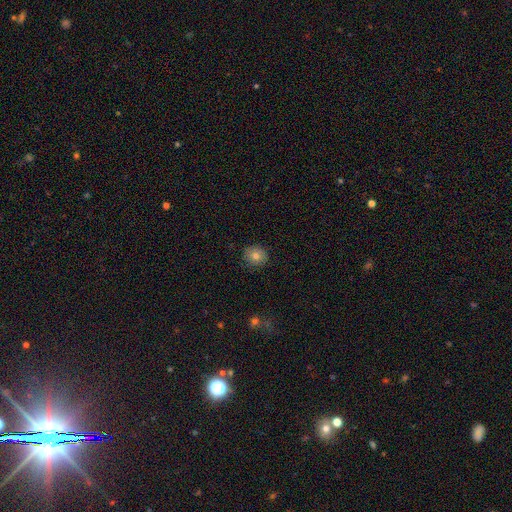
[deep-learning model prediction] Smooth or featured? smooth (77%)
How rounded? round (86%)
Merging? none (87%)